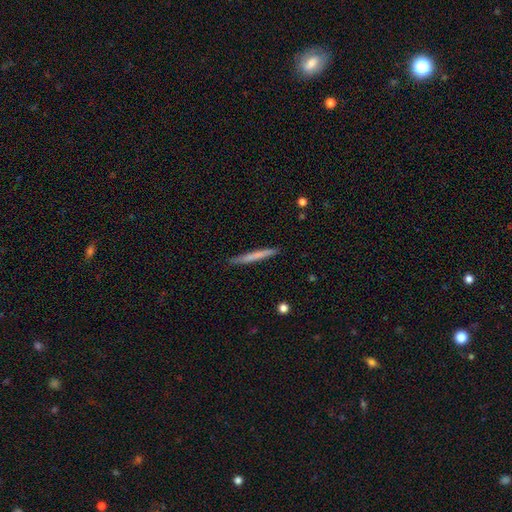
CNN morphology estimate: smooth 67%, featured or disk 27%, star or artifact 6%. Down the decision tree: how rounded — cigar-shaped (97%); merging — none (90%).